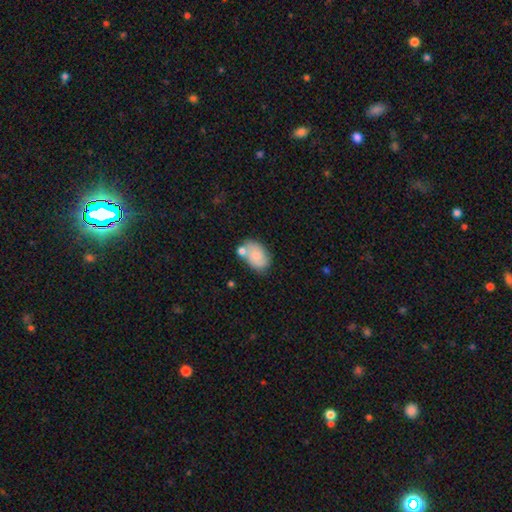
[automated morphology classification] smooth-or-featured: smooth: 77% | featured or disk: 15% | star or artifact: 7%
  how-rounded: in between: 86% | round: 12% | cigar-shaped: 1%
  merging: none: 48% | merger: 24% | minor disturbance: 21% | major disturbance: 7%